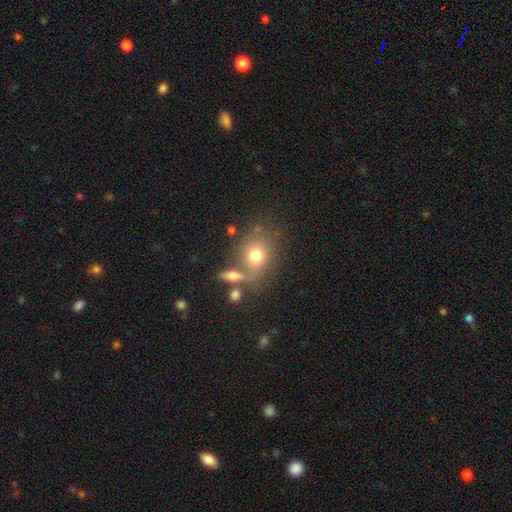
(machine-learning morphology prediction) smooth_or_featured: smooth (p=0.71) [alt: featured or disk p=0.16]
how_rounded: round (p=0.70) [alt: in between p=0.28]
merging: none (p=0.60) [alt: merger p=0.20]